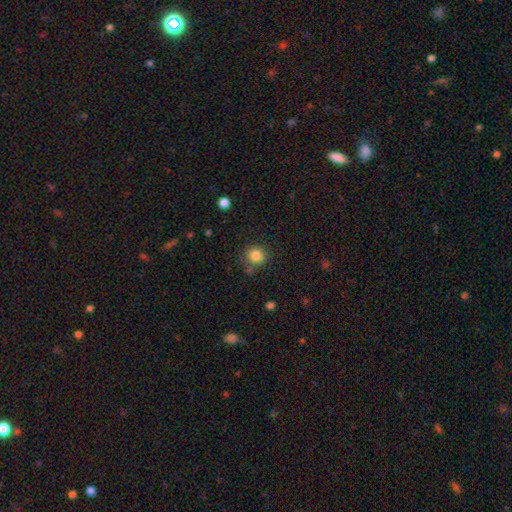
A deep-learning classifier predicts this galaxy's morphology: A smooth galaxy with no disk features (84%) that is round (90%).

Vote fractions:
- Smooth or featured? smooth: 84% / star or artifact: 11% / featured or disk: 5%
- How rounded? round: 90% / in between: 9% / cigar-shaped: 1%
- Merging? none: 76% / minor disturbance: 13% / merger: 6% / major disturbance: 4%